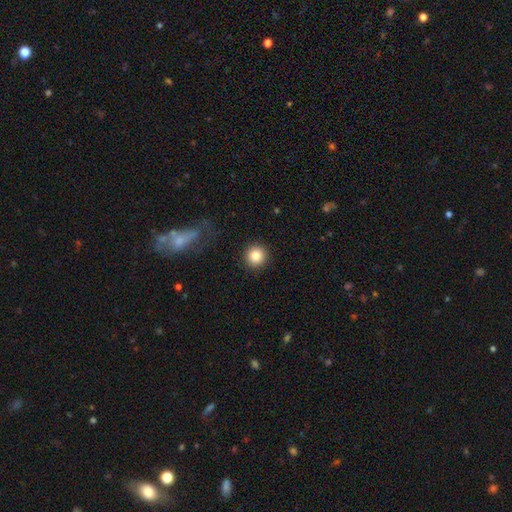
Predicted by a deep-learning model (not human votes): A smooth galaxy with no disk features (84%) that is round (94%). Merging: none (91%).